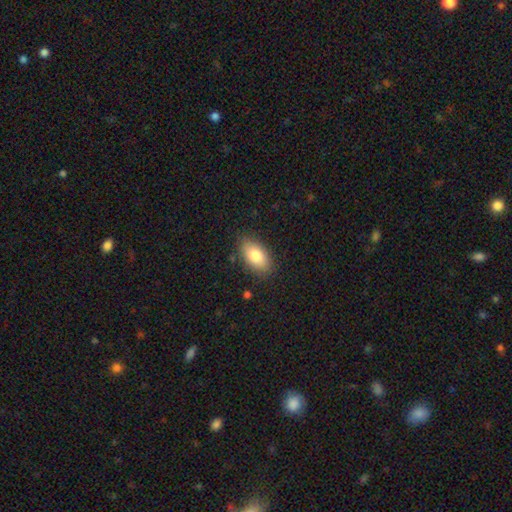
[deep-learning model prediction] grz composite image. It shows a smooth galaxy with no disk features (80%) that is in between round and cigar-shaped (92%). Merging: none (84%).